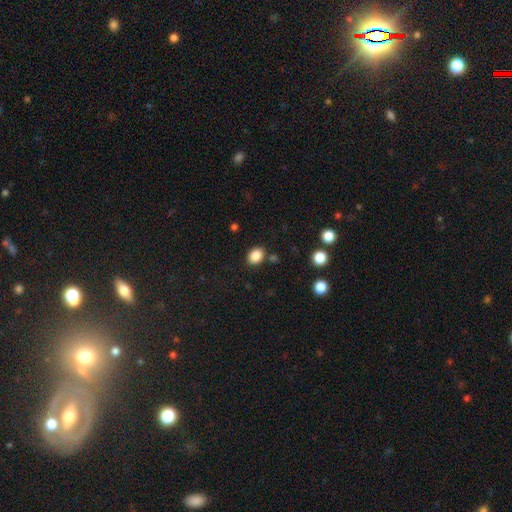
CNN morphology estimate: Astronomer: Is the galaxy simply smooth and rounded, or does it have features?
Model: smooth — 87%.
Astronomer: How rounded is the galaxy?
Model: in between — 60% (runner-up: round, 39%).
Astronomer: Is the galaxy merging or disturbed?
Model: none — 83%.